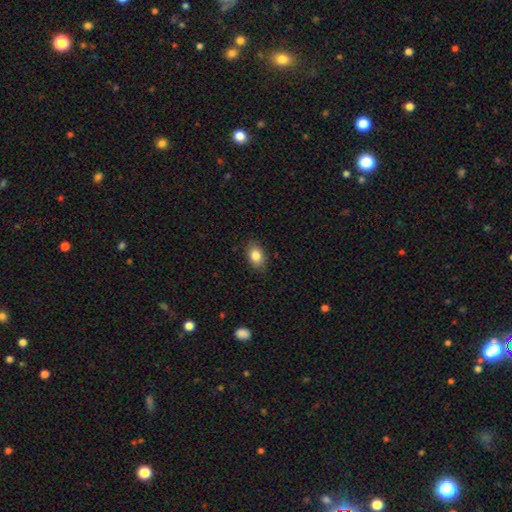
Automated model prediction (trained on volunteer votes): A smooth galaxy with no disk features (85%) that is in between round and cigar-shaped (83%).

Vote fractions:
- Smooth or featured? smooth: 85% / star or artifact: 8% / featured or disk: 7%
- How rounded? in between: 83% / round: 16% / cigar-shaped: 1%
- Merging? none: 86% / minor disturbance: 10% / major disturbance: 2% / merger: 1%